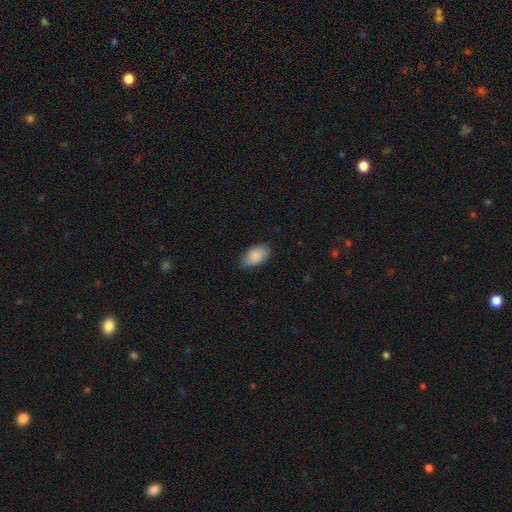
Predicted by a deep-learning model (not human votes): Smooth or featured? Predicted: smooth (p=0.85). How rounded? Predicted: in between (p=0.94). Merging? Predicted: none (p=0.74).